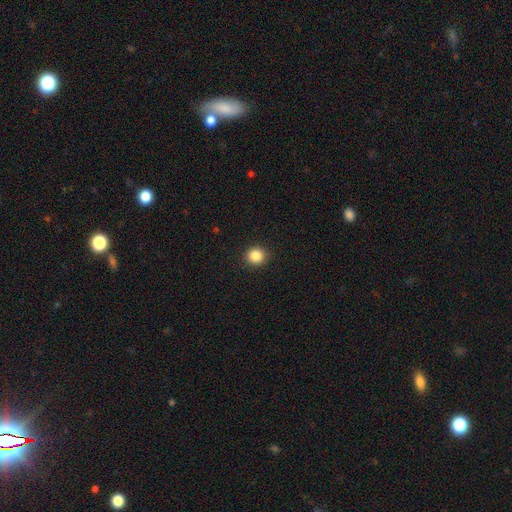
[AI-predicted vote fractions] Morphology: type=smooth (86%); roundness=round (92%); merging=none (92%).